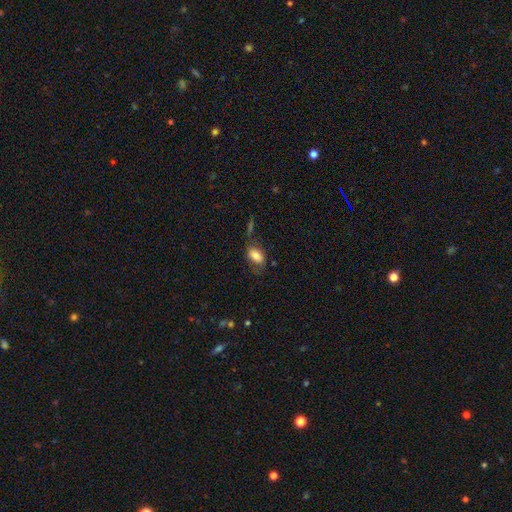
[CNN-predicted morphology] smooth-or-featured: smooth: 78% | featured or disk: 15% | star or artifact: 8%
  how-rounded: in between: 90% | round: 7% | cigar-shaped: 3%
  merging: none: 61% | minor disturbance: 22% | major disturbance: 11% | merger: 6%